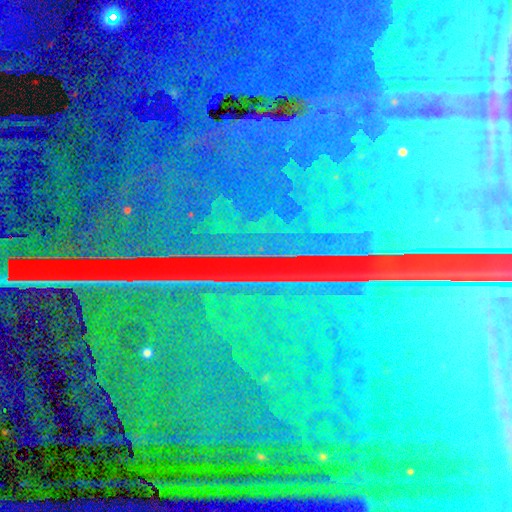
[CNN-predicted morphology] Smooth or featured?
  - star or artifact: 87% *
  - featured or disk: 8%
  - smooth: 5%